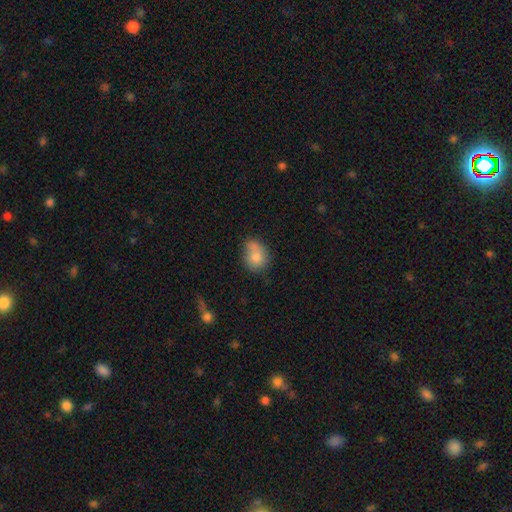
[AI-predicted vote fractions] smooth_or_featured: smooth (p=0.78) [alt: featured or disk p=0.13]
how_rounded: in between (p=0.50) [alt: round p=0.49]
merging: none (p=0.42) [alt: minor disturbance p=0.28]